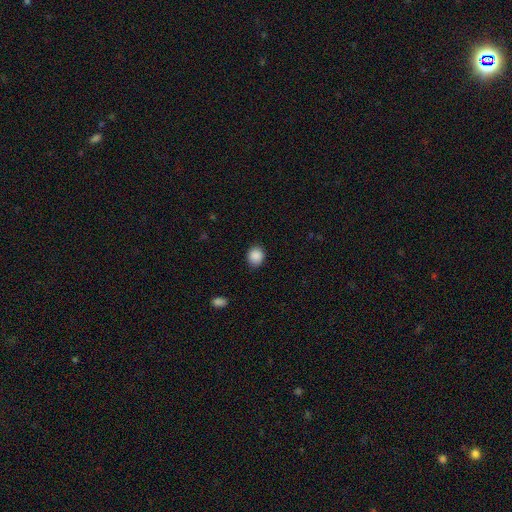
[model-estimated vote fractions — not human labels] smooth 89%, star or artifact 9%, featured or disk 3%. Down the decision tree: how rounded — round (70%); merging — none (86%).